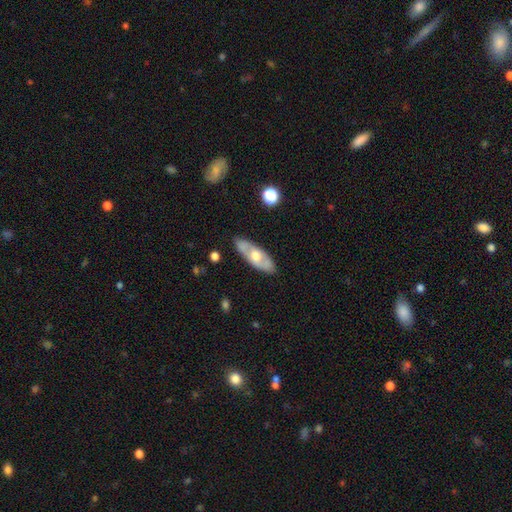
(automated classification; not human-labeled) This is possibly a featured or disk galaxy (57%). It is likely not viewed edge-on (73%). Merging: clearly none (83%).